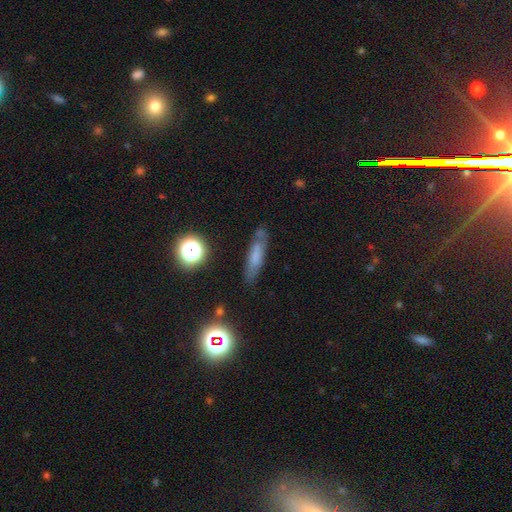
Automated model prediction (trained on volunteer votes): smooth-or-featured: smooth: 57% | featured or disk: 28% | star or artifact: 15%
  how-rounded: cigar-shaped: 70% | in between: 24% | round: 5%
  merging: none: 73% | minor disturbance: 18% | major disturbance: 5% | merger: 4%